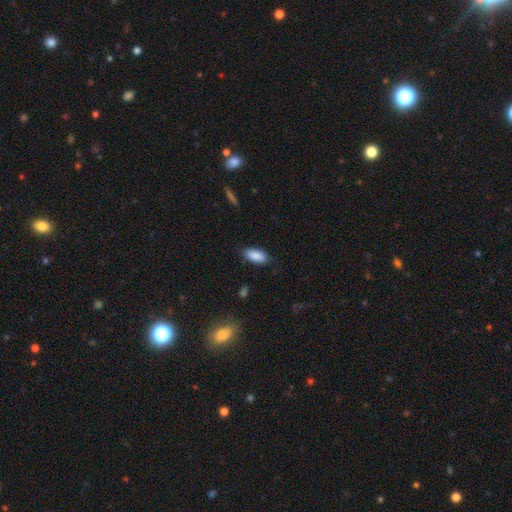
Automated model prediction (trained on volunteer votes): This appears to be a smooth galaxy with no disk features (89%) that is in between round and cigar-shaped (90%). Merging: none (83%).